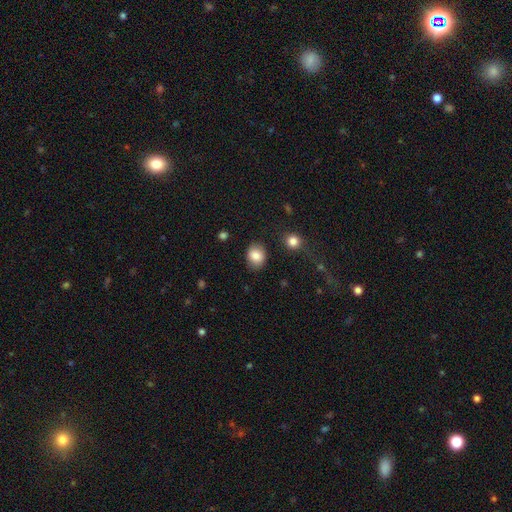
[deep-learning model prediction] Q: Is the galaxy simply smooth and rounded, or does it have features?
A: smooth — 85%.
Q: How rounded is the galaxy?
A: round — 52%.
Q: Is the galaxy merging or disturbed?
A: none — 84%.